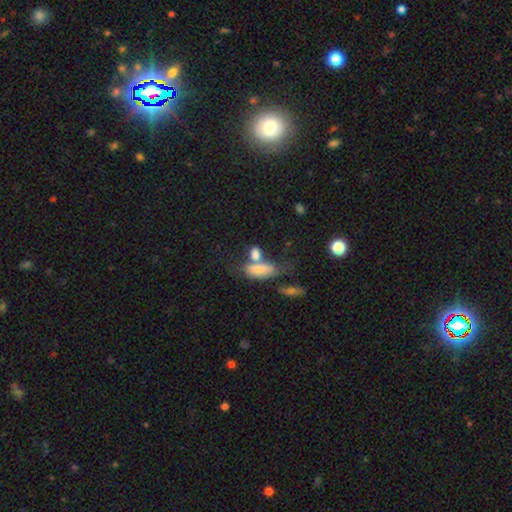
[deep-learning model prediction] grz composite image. It shows a smooth galaxy with no disk features (73%) that is in between round and cigar-shaped (73%). Merging: merger (40%).